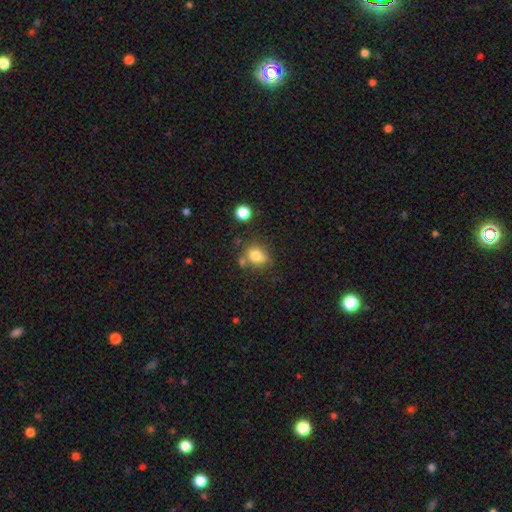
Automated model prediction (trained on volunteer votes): A smooth galaxy with no disk features (78%) that is round (63%). Merging: none (59%).